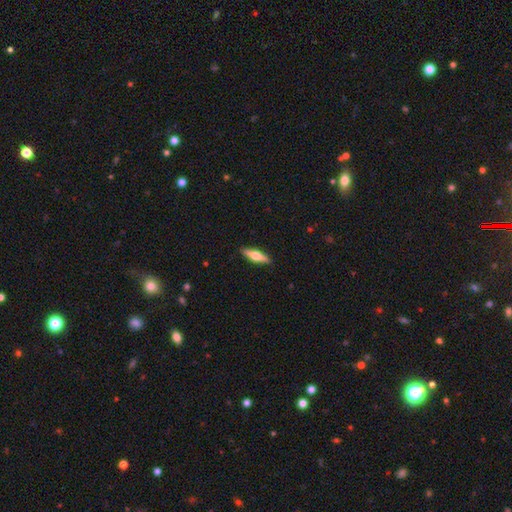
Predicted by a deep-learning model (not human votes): This appears to be a featured or disk galaxy (49%). Merging: none (90%).